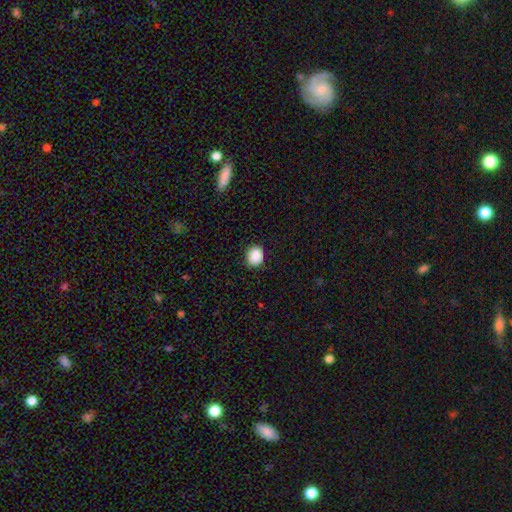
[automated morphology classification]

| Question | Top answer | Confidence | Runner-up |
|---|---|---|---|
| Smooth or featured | smooth | 88% | star or artifact (9%) |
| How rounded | round | 69% | in between (30%) |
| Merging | none | 84% | minor disturbance (12%) |